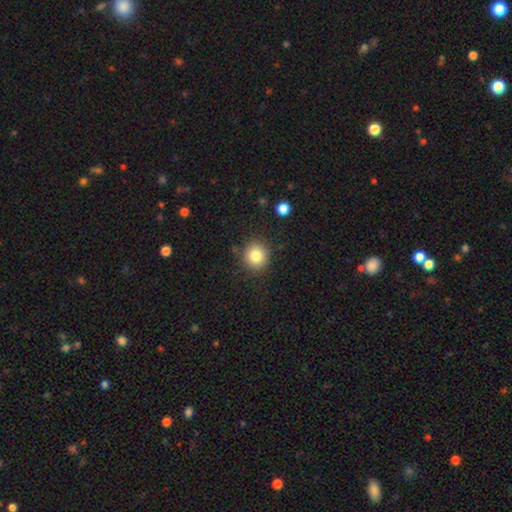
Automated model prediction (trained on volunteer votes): Smooth or featured? smooth (83%)
How rounded? round (91%)
Merging? none (88%)